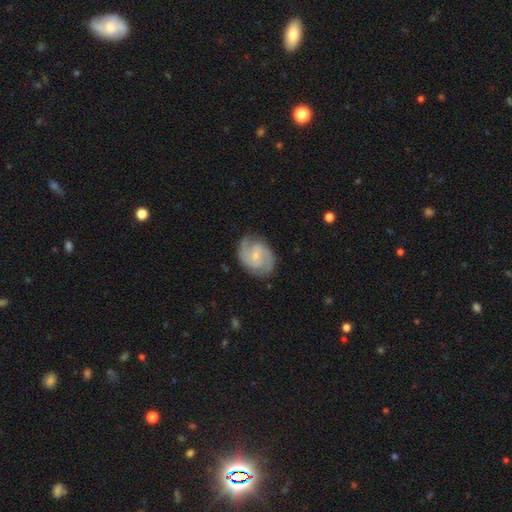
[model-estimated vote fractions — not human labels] A featured or disk galaxy (85%) with no bar (49%), 2 (80%) medium (50%) spiral arms (97%) and a small central bulge (69%). Merging: none (79%).